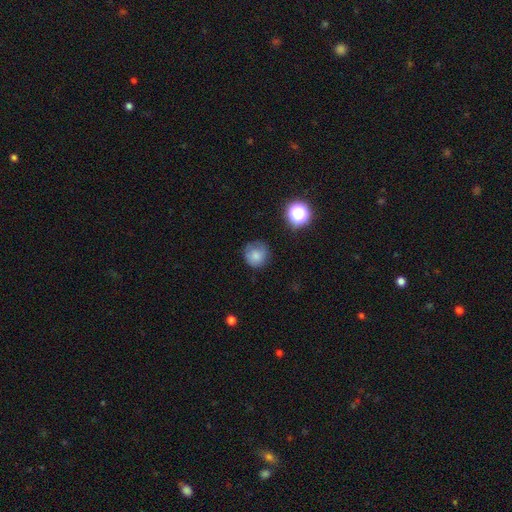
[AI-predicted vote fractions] Smooth or featured?
  - smooth: 79% *
  - star or artifact: 12%
  - featured or disk: 10%
How rounded?
  - round: 91% *
  - in between: 8%
  - cigar-shaped: 1%
Merging?
  - none: 72% *
  - minor disturbance: 20%
  - major disturbance: 6%
  - merger: 2%